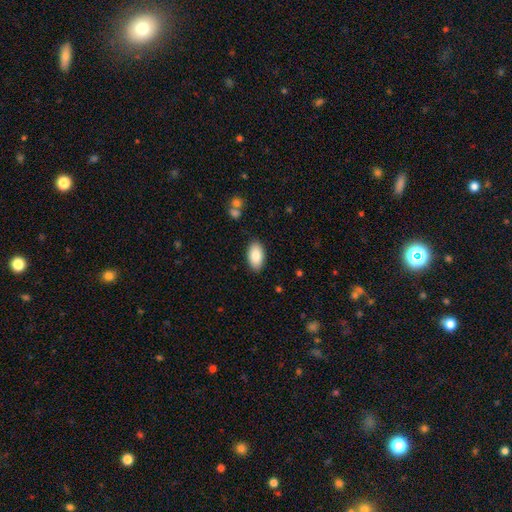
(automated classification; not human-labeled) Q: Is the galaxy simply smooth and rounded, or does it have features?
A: smooth — 86%.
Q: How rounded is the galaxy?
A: in between — 95%.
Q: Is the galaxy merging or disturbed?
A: none — 88%.